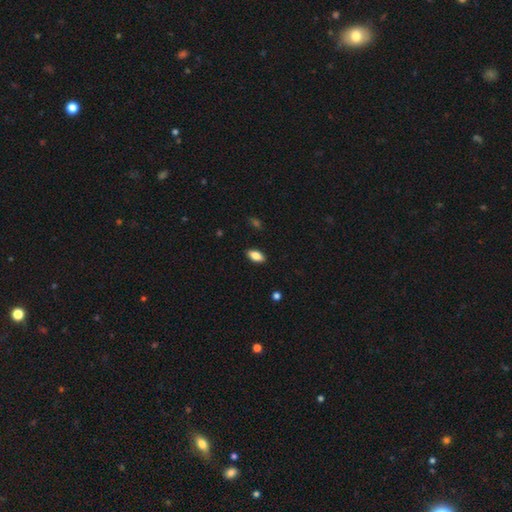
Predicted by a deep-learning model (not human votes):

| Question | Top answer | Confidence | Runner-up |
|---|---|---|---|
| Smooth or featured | smooth | 82% | featured or disk (10%) |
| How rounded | in between | 90% | cigar-shaped (7%) |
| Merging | none | 89% | minor disturbance (8%) |